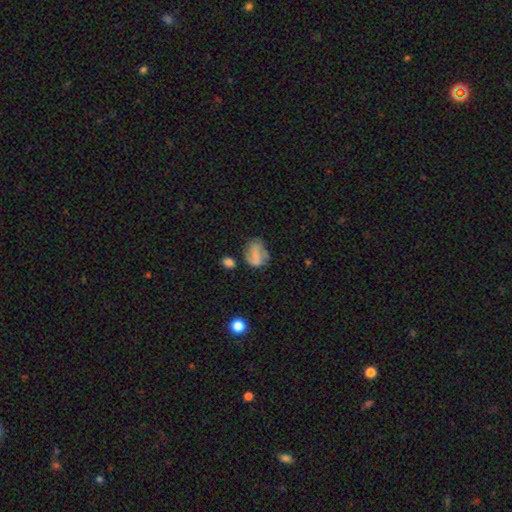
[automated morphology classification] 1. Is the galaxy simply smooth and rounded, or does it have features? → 57% smooth, 33% featured or disk, 10% star or artifact.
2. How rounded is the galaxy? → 69% in between, 30% round, 2% cigar-shaped.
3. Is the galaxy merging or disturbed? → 49% none, 29% minor disturbance, 16% major disturbance, 6% merger.